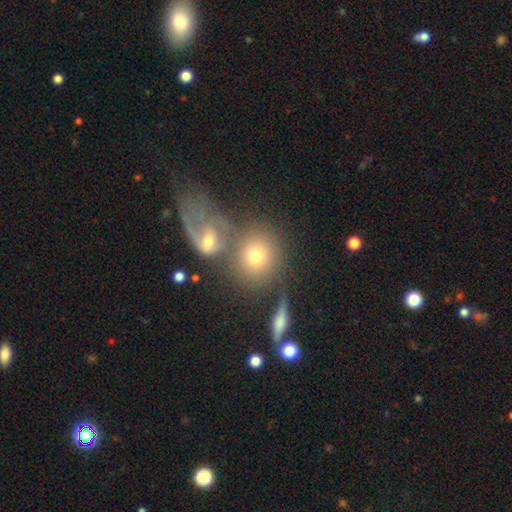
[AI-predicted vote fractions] The model was most divided on "merging": none: 48%, merger: 33%, minor disturbance: 11%, major disturbance: 8%. More confident: how rounded — round (76%); smooth or featured — smooth (69%).